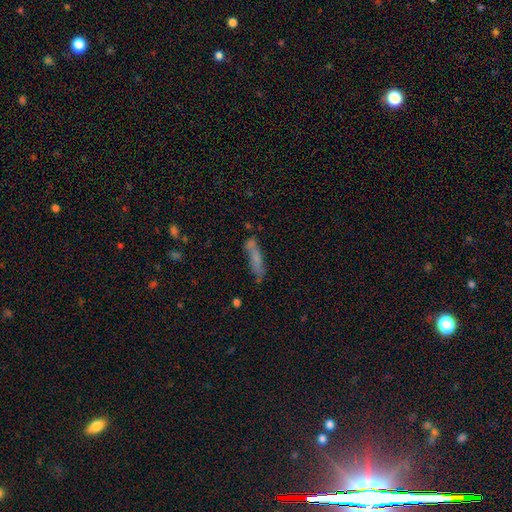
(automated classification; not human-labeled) smooth 65%, featured or disk 24%, star or artifact 11%. Down the decision tree: how rounded — cigar-shaped (78%); merging — none (56%).